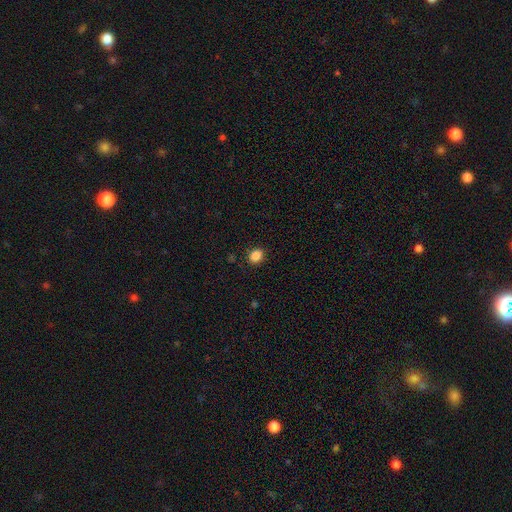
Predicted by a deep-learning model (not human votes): This is clearly a smooth galaxy (86%). How rounded: possibly round (58%). Merging: clearly none (89%).